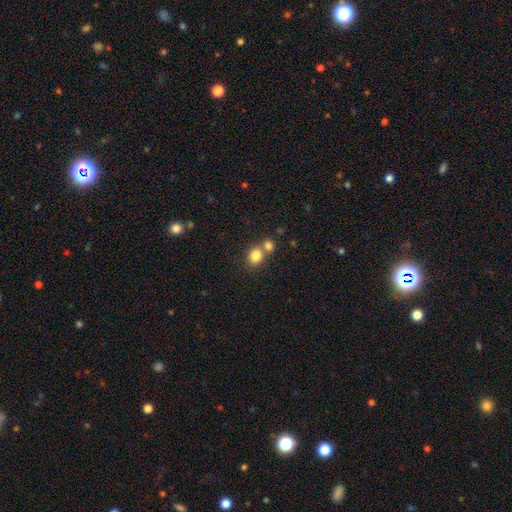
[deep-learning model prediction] Smooth or featured? Predicted: smooth (p=0.83). How rounded? Predicted: round (p=0.69). Merging? Predicted: none (p=0.49).